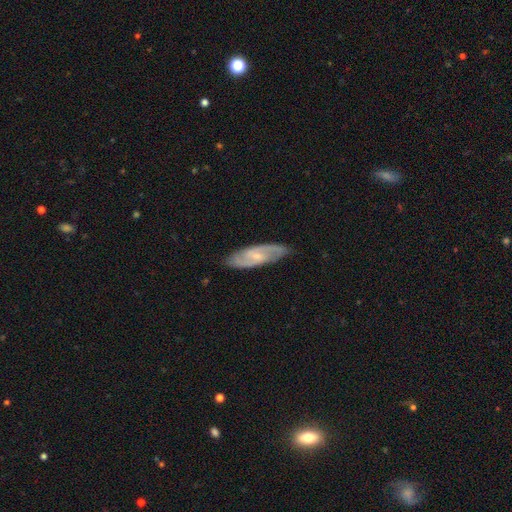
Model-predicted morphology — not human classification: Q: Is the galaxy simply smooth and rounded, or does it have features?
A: featured or disk — 80%.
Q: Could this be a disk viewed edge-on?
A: no — 88%.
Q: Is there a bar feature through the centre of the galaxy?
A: weak — 50%.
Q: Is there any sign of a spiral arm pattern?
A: yes — 94%.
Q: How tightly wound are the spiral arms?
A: medium — 51%.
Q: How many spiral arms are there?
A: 2 — 84%.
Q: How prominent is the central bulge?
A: small — 69%.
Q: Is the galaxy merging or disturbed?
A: none — 84%.